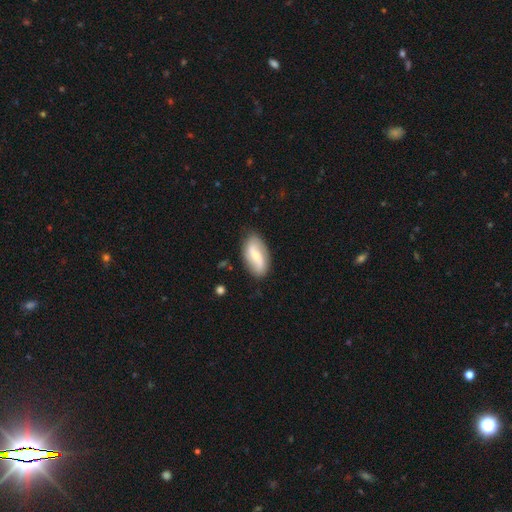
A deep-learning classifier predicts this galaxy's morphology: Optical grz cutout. It shows a featured or disk galaxy (59%) with a weak bar (38%), spiral arms (82%) and a small central bulge (57%). Merging: none (83%).